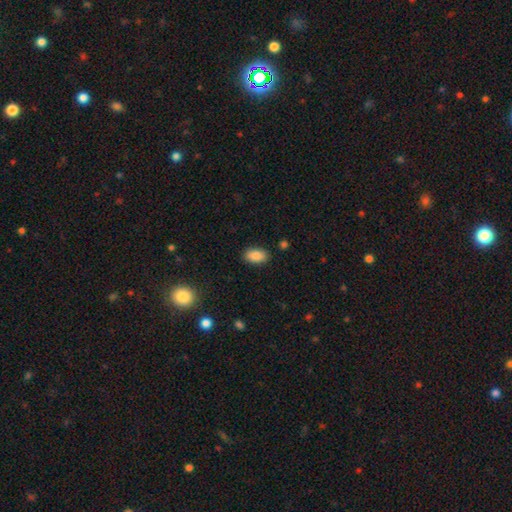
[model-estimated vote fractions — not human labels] This appears to be a smooth galaxy with no disk features (87%) that is in between round and cigar-shaped (93%). Merging: none (87%).